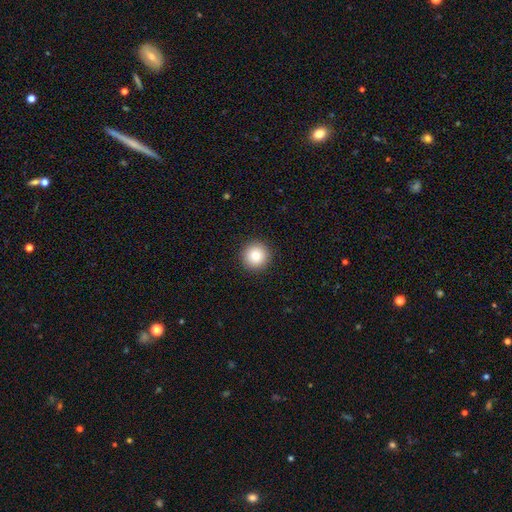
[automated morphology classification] smooth 78%, star or artifact 11%, featured or disk 11%. Down the decision tree: how rounded — round (96%); merging — none (93%).